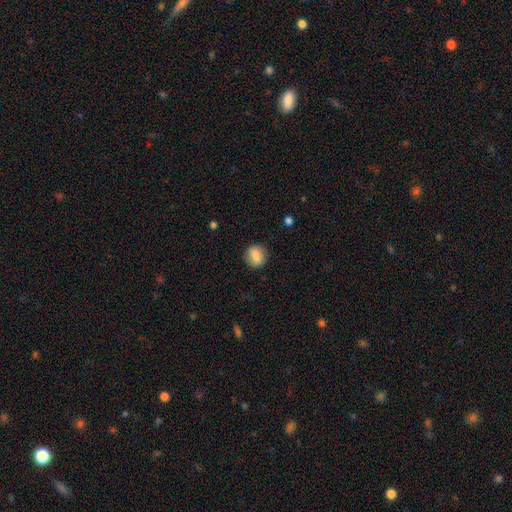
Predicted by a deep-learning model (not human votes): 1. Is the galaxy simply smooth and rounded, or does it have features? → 82% smooth, 11% featured or disk, 8% star or artifact.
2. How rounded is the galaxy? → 64% round, 34% in between, 2% cigar-shaped.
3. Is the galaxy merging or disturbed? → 84% none, 11% minor disturbance, 3% major disturbance, 1% merger.